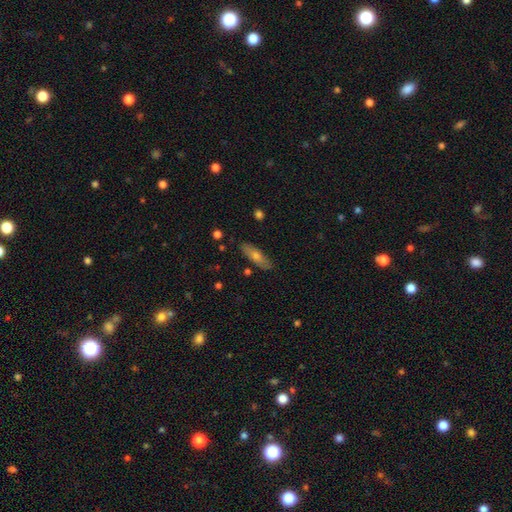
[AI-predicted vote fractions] The model was most divided on "how rounded": cigar-shaped: 53%, in between: 44%, round: 3%. More confident: merging — none (86%); smooth or featured — smooth (59%).